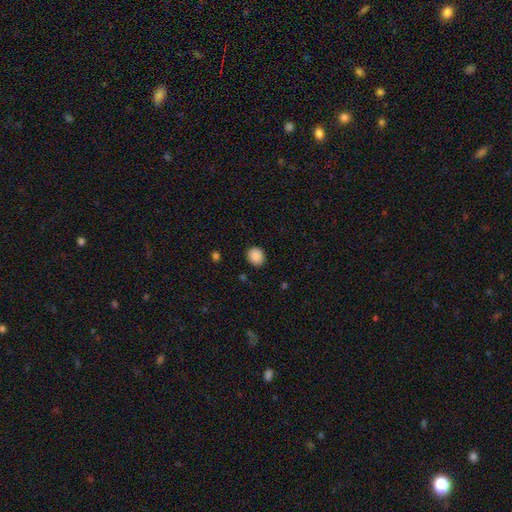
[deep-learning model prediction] Smooth or featured? smooth (89%)
How rounded? round (76%)
Merging? none (88%)